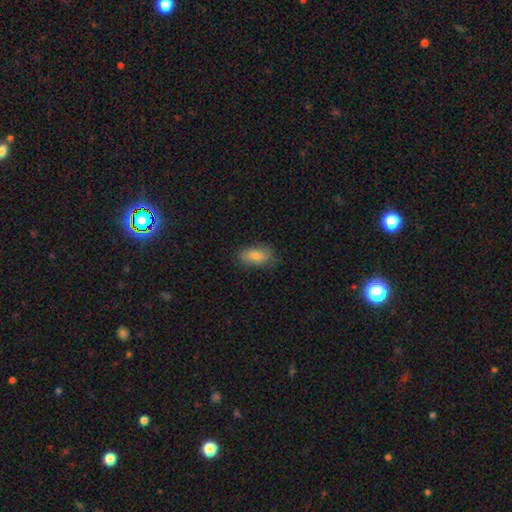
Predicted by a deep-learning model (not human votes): Smooth or featured? Predicted: smooth (p=0.82). How rounded? Predicted: in between (p=0.90). Merging? Predicted: none (p=0.74).